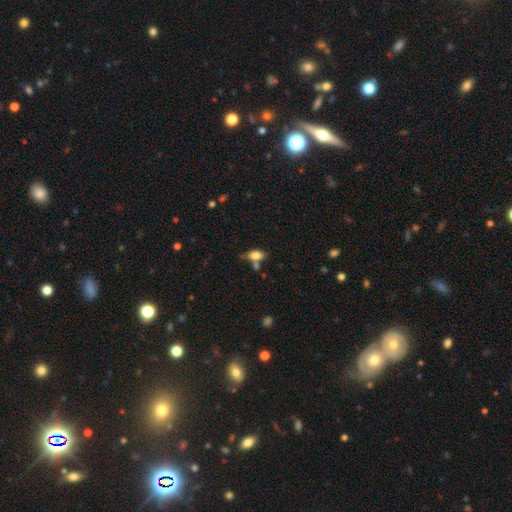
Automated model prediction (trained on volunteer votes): A smooth galaxy with no disk features (77%) that is in between round and cigar-shaped (86%). Merging: none (55%).